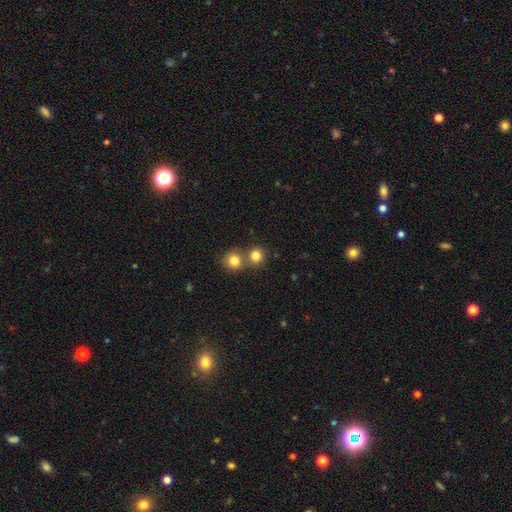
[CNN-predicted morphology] Smooth or featured?
  - smooth: 82% *
  - star or artifact: 12%
  - featured or disk: 7%
How rounded?
  - round: 89% *
  - in between: 10%
  - cigar-shaped: 1%
Merging?
  - none: 57% *
  - merger: 35%
  - minor disturbance: 6%
  - major disturbance: 2%